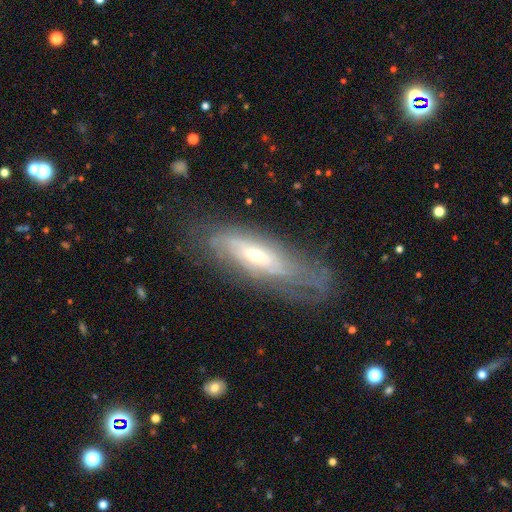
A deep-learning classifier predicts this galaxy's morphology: A featured or disk galaxy (72%) with no bar (63%), spiral arms (74%) and a small central bulge (51%). Merging: none (60%).